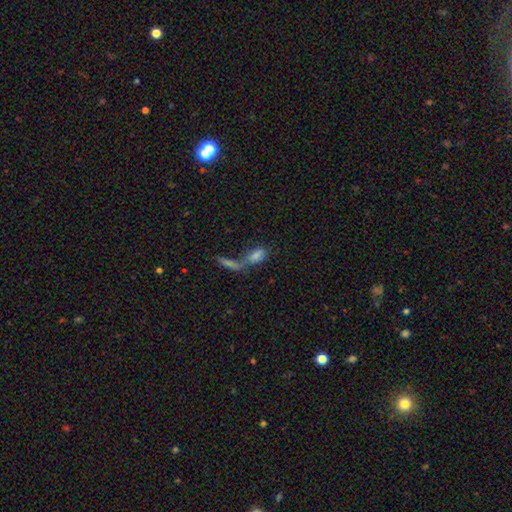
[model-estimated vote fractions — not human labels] Smooth or featured? smooth (66%)
How rounded? in between (74%)
Merging? merger (58%)